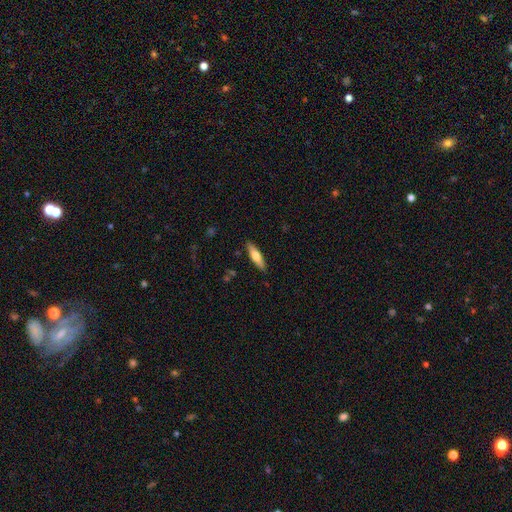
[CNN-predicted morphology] A smooth galaxy with no disk features (58%) that is cigar-shaped (67%).

Vote fractions:
- Smooth or featured? smooth: 58% / featured or disk: 37% / star or artifact: 6%
- How rounded? cigar-shaped: 67% / in between: 31% / round: 2%
- Merging? none: 89% / minor disturbance: 8% / major disturbance: 2% / merger: 1%